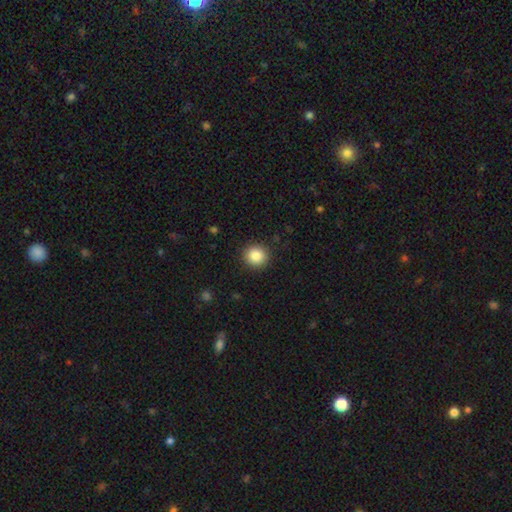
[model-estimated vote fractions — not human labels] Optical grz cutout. It shows a smooth galaxy with no disk features (86%) that is round (91%). Merging: none (91%).